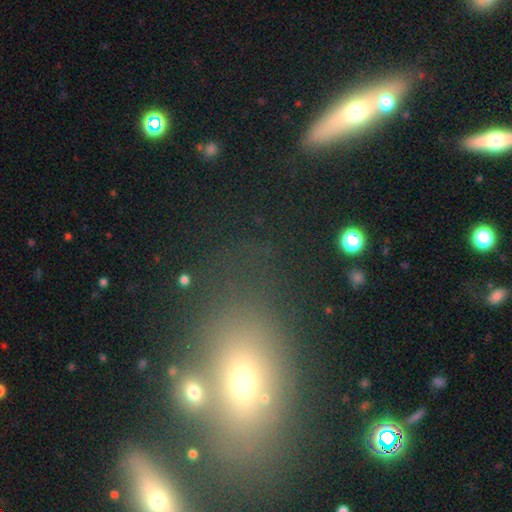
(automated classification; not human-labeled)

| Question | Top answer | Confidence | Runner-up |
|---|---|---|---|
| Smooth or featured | smooth | 53% | featured or disk (24%) |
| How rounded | in between | 54% | round (31%) |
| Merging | none | 58% | merger (16%) |